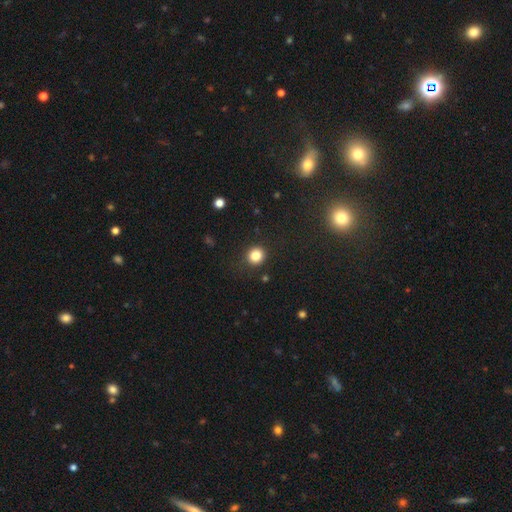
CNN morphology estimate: A smooth galaxy with no disk features (83%) that is round (91%). Merging: none (89%).